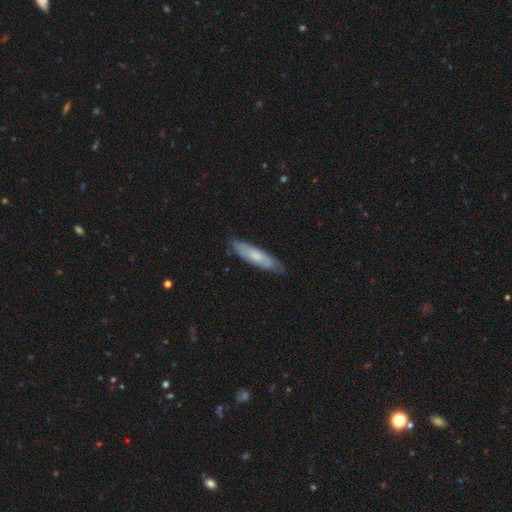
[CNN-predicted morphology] Smooth or featured: smooth — 62% (featured or disk — 33%)
How rounded: cigar-shaped — 74% (in between — 25%)
Merging: none — 82% (minor disturbance — 15%)